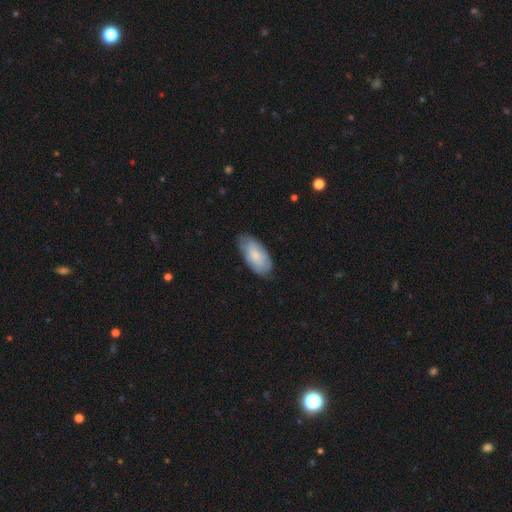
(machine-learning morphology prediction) type=smooth (72%); roundness=in between (93%); merging=none (71%).